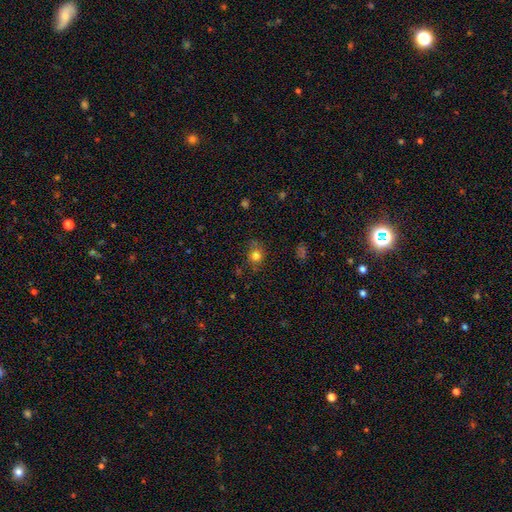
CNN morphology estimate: Smooth or featured?
  - smooth: 79% *
  - star or artifact: 14%
  - featured or disk: 7%
How rounded?
  - round: 78% *
  - in between: 21%
  - cigar-shaped: 1%
Merging?
  - none: 73% *
  - minor disturbance: 19%
  - major disturbance: 6%
  - merger: 3%